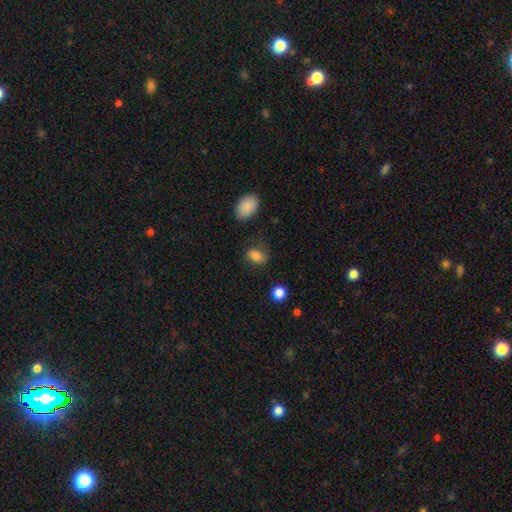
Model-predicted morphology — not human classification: Overall: smooth (82%). How rounded: in between (71%). Merging: none (69%).